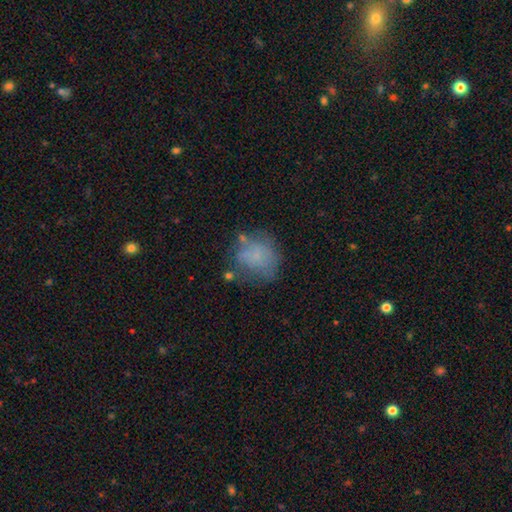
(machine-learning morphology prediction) Smooth or featured? Predicted: smooth (p=0.60). How rounded? Predicted: round (p=0.69). Merging? Predicted: none (p=0.51).